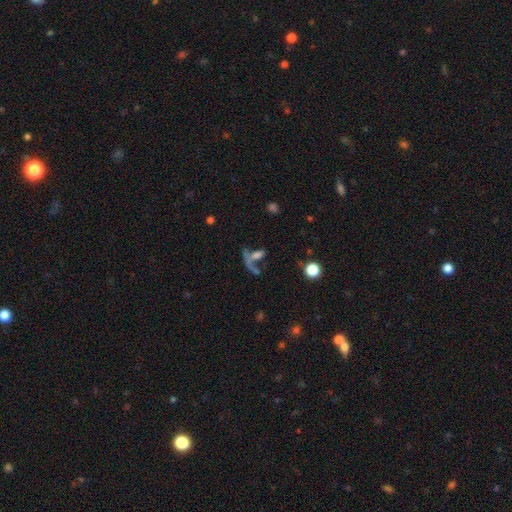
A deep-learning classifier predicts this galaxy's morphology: smooth 52%, featured or disk 29%, star or artifact 20%. Down the decision tree: how rounded — in between (50%); merging — merger (36%, tied with none).